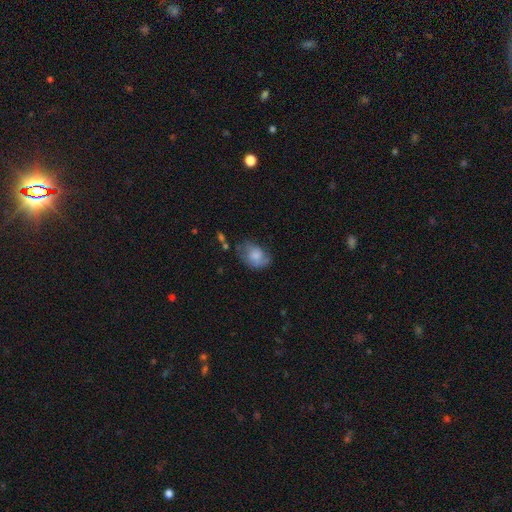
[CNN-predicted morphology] Q: Smooth or featured?
A: smooth (70%); runner-up: featured or disk (22%)
Q: How rounded?
A: in between (74%); runner-up: round (25%)
Q: Merging?
A: none (45%); runner-up: minor disturbance (34%)